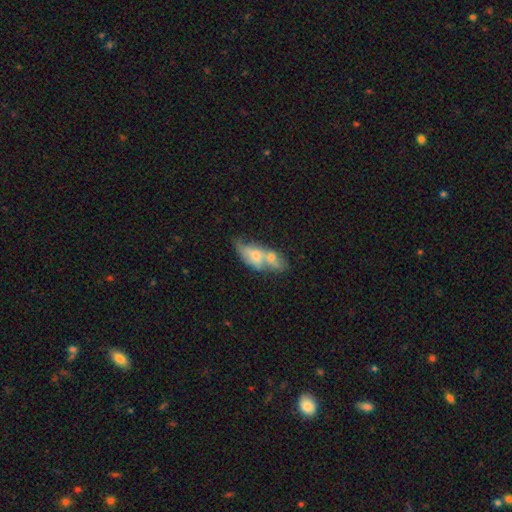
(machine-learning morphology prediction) A featured or disk galaxy (46%, tied with smooth).

Vote fractions:
- Smooth or featured? featured or disk: 46% (tied) / smooth: 46% (tied) / star or artifact: 8%
- Merging? merger: 59% / none: 21% / minor disturbance: 12% / major disturbance: 8%